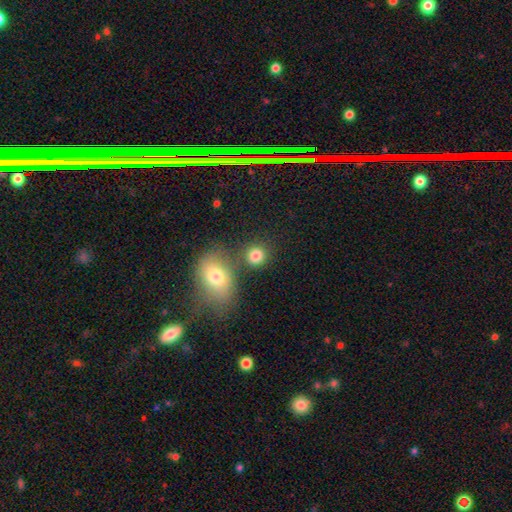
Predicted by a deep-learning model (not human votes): This is clearly a smooth galaxy (82%). How rounded: clearly round (81%). Merging: likely none (69%).